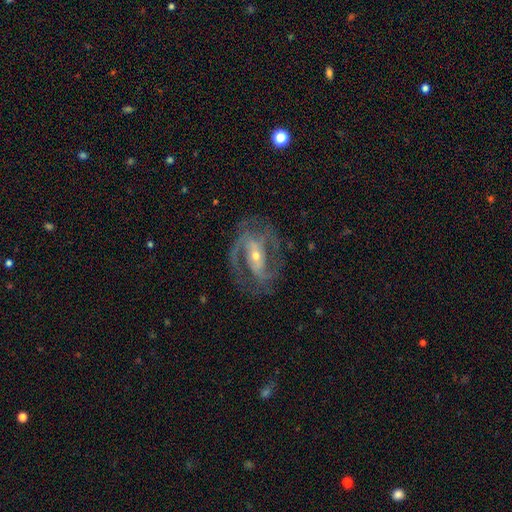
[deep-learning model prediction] Q: Smooth or featured?
A: featured or disk (88%); runner-up: smooth (6%)
Q: Edge-on disk?
A: no (95%); runner-up: yes (5%)
Q: Bar?
A: strong (51%); runner-up: weak (31%)
Q: Spiral arms?
A: yes (94%); runner-up: no (6%)
Q: Spiral winding?
A: medium (53%); runner-up: tight (30%)
Q: Spiral arm count?
A: 2 (77%); runner-up: can't tell (8%)
Q: Bulge size?
A: small (56%); runner-up: moderate (40%)
Q: Merging?
A: none (70%); runner-up: minor disturbance (16%)